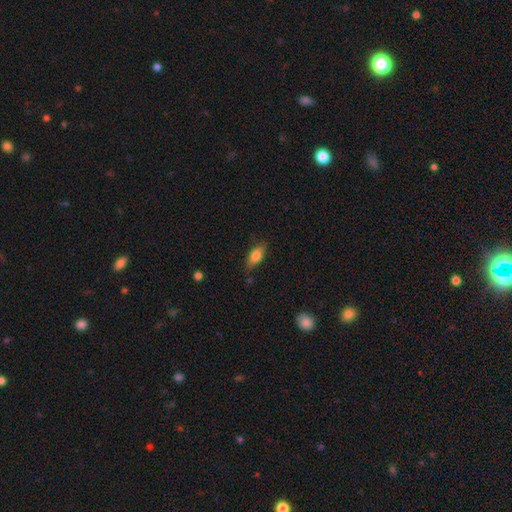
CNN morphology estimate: smooth-or-featured: smooth: 77% | featured or disk: 16% | star or artifact: 7%
  how-rounded: in between: 81% | cigar-shaped: 15% | round: 4%
  merging: none: 79% | minor disturbance: 16% | major disturbance: 3% | merger: 2%